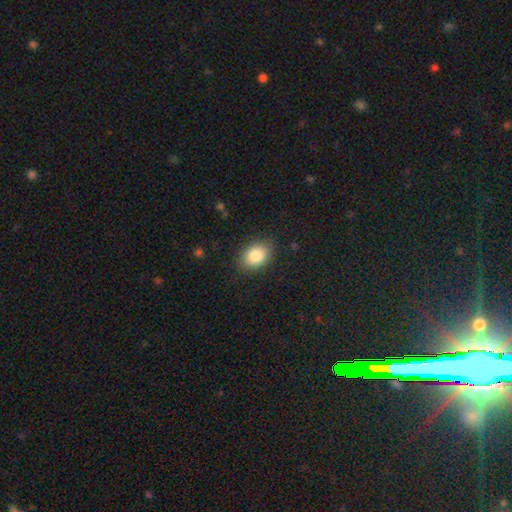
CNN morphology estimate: smooth_or_featured: smooth (p=0.85) [alt: star or artifact p=0.08]
how_rounded: in between (p=0.76) [alt: round p=0.22]
merging: none (p=0.85) [alt: minor disturbance p=0.11]